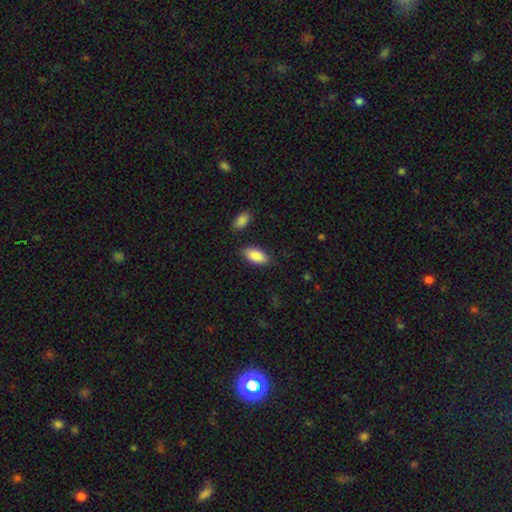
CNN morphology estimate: Smooth or featured? smooth (88%)
How rounded? in between (93%)
Merging? none (84%)